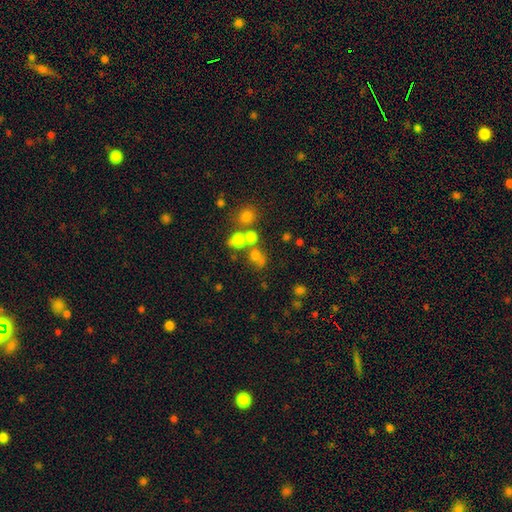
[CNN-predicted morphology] This is likely a smooth galaxy (61%). How rounded: likely round (75%). Merging: possibly none (46%).